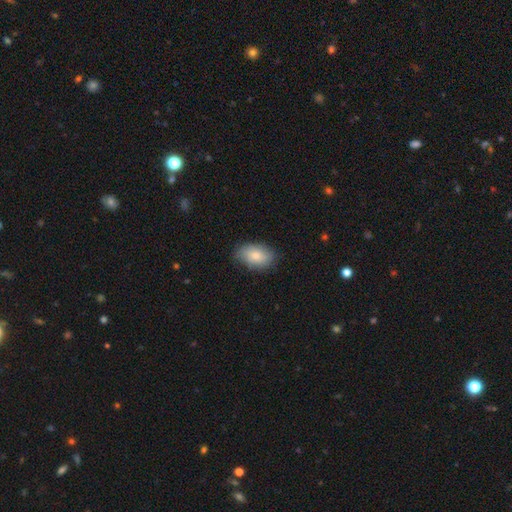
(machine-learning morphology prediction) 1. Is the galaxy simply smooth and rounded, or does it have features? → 79% smooth, 14% featured or disk, 7% star or artifact.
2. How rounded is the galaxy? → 90% in between, 8% round, 2% cigar-shaped.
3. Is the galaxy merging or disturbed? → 75% none, 20% minor disturbance, 4% major disturbance, 1% merger.